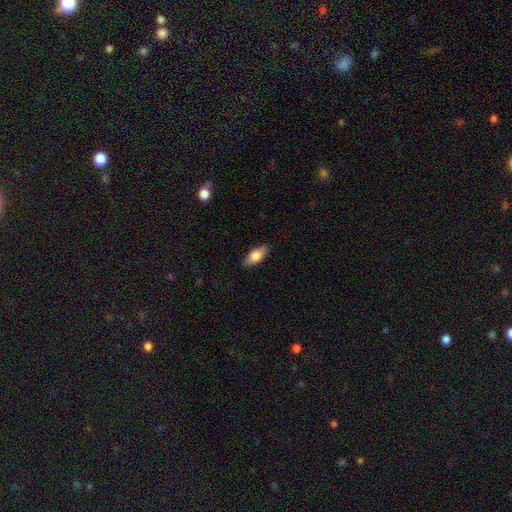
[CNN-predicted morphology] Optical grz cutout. It shows a smooth galaxy with no disk features (80%) that is in between round and cigar-shaped (84%). Merging: none (84%).